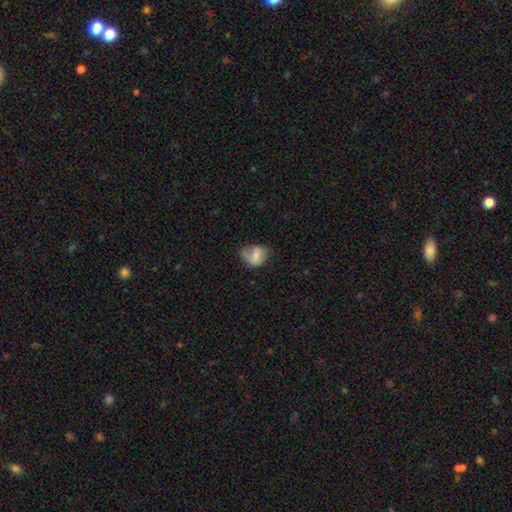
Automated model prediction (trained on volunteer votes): Smooth or featured? smooth (60%)
How rounded? in between (59%)
Merging? none (40%)